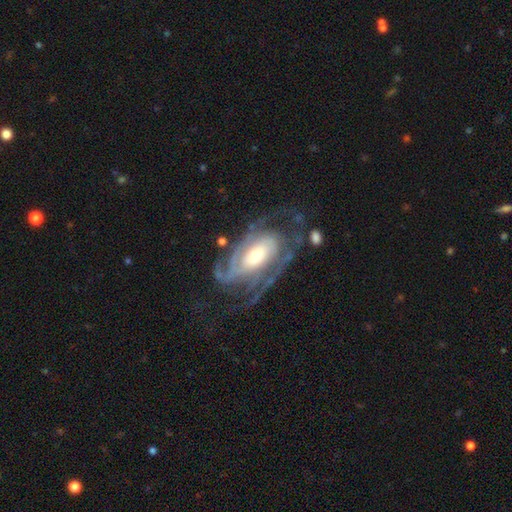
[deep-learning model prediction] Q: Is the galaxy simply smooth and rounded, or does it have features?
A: featured or disk — 89%.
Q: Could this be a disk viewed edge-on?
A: no — 96%.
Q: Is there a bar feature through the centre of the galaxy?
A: no — 51%.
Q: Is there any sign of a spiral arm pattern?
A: yes — 97%.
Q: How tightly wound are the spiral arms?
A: tight — 55%.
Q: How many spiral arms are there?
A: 2 — 33%.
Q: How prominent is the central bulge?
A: moderate — 57%.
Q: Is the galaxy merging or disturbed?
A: none — 63%.